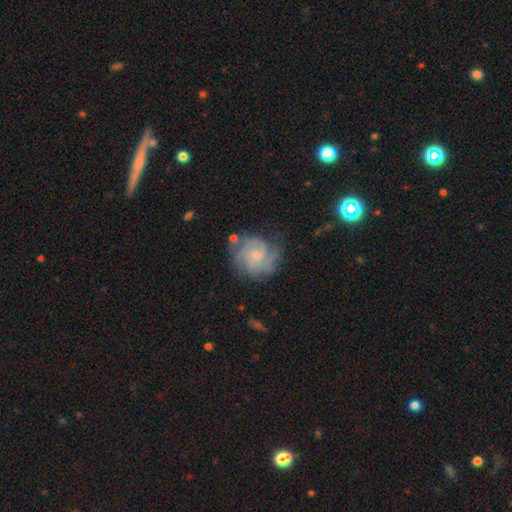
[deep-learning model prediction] The model was most divided on "spiral winding": tight: 50%, medium: 37%, loose: 13%. Remaining: edge-on disk — no (98%); spiral arms — yes (89%); smooth or featured — featured or disk (71%); bar — no (70%); merging — none (63%); bulge size — small (61%); spiral arm count — can't tell (36%).